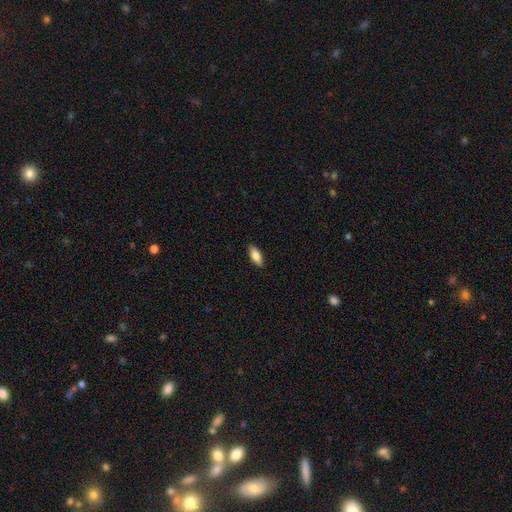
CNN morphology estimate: Overall: smooth (81%). How rounded: in between (81%). Merging: none (89%).